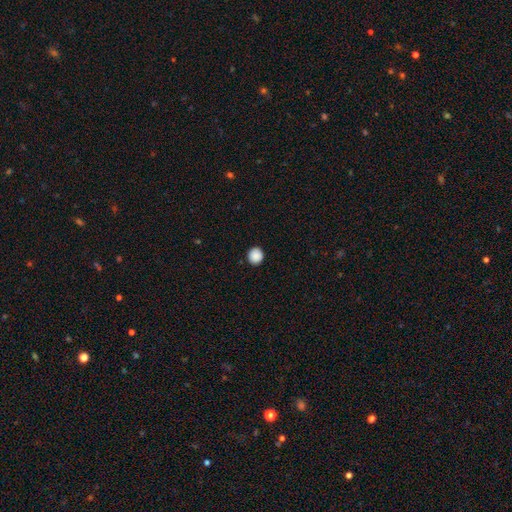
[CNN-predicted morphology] This appears to be a smooth galaxy with no disk features (89%) that is round (91%). Merging: none (92%).